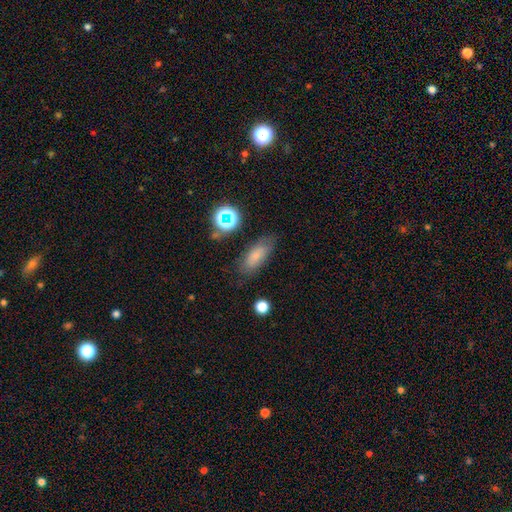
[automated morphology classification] Smooth or featured?
  - smooth: 73% *
  - featured or disk: 14%
  - star or artifact: 13%
How rounded?
  - in between: 76% *
  - cigar-shaped: 19%
  - round: 5%
Merging?
  - none: 74% *
  - minor disturbance: 17%
  - major disturbance: 6%
  - merger: 3%